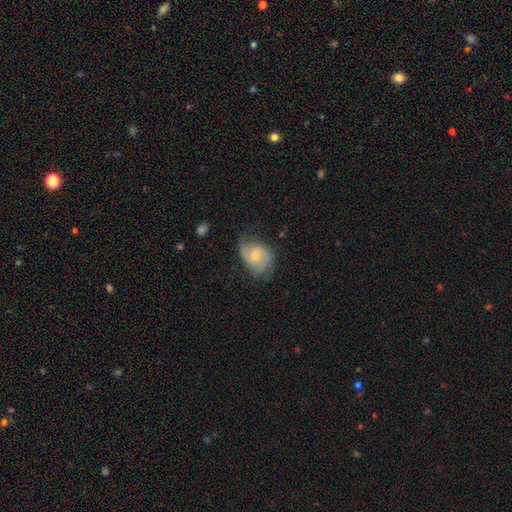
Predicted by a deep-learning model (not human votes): smooth_or_featured: featured or disk (p=0.76) [alt: smooth p=0.18]
disk_edge_on: no (p=0.97) [alt: yes p=0.03]
bar: no (p=0.53) [alt: weak p=0.40]
has_spiral_arms: yes (p=0.93) [alt: no p=0.07]
spiral_winding: medium (p=0.49) [alt: loose p=0.26]
spiral_arm_count: 2 (p=0.78) [alt: can't tell p=0.10]
bulge_size: small (p=0.48) [alt: moderate p=0.47]
merging: none (p=0.63) [alt: minor disturbance p=0.25]